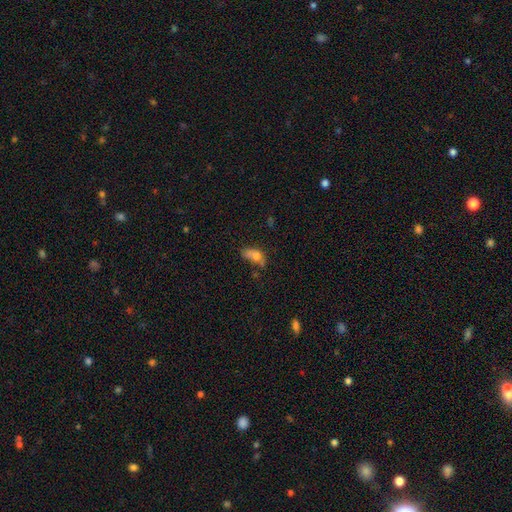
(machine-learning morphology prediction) Smooth or featured? Predicted: smooth (p=0.69). How rounded? Predicted: in between (p=0.80). Merging? Predicted: none (p=0.30).